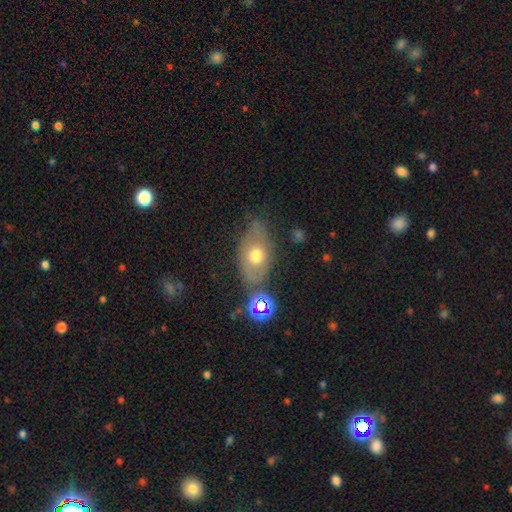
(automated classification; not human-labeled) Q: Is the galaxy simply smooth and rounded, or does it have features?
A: smooth — 53%.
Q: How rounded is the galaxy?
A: in between — 81%.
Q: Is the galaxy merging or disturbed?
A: none — 61%.